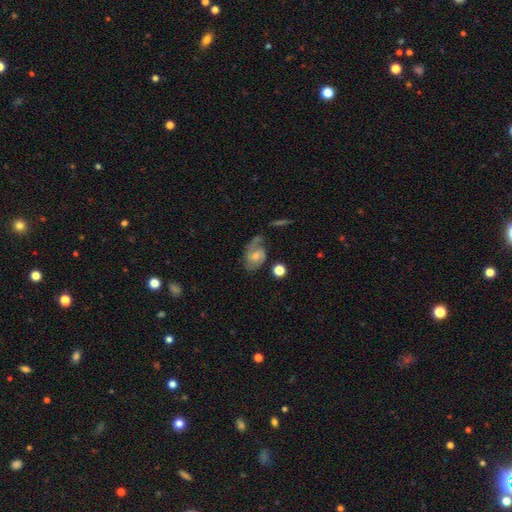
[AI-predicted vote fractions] featured or disk 66%, smooth 26%, star or artifact 8%. Down the decision tree: edge-on disk — no (96%); bar — no (63%); spiral arms — yes (89%); spiral arm count — 2 (57%); spiral winding — medium (44%); bulge size — small (44%); merging — none (48%).